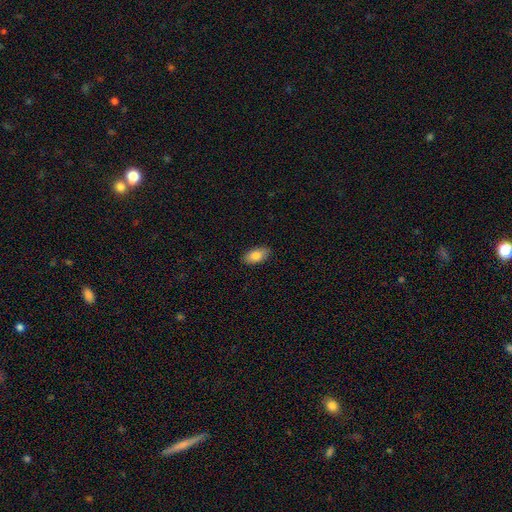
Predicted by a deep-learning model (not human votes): A smooth galaxy with no disk features (84%) that is in between round and cigar-shaped (92%). Merging: none (88%).